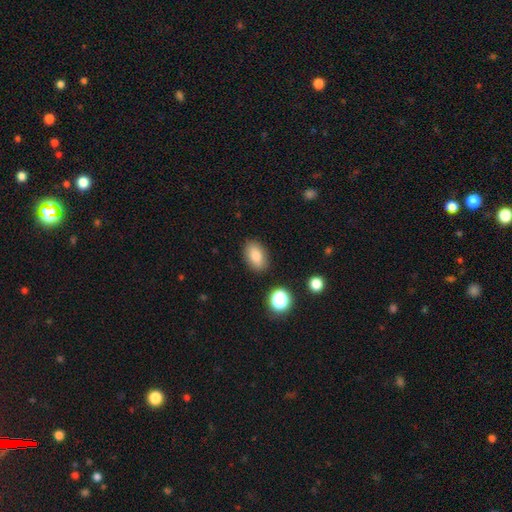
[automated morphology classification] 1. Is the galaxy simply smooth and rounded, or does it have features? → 80% smooth, 11% featured or disk, 10% star or artifact.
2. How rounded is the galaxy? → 87% in between, 11% round, 2% cigar-shaped.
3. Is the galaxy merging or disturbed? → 85% none, 10% minor disturbance, 3% major disturbance, 2% merger.